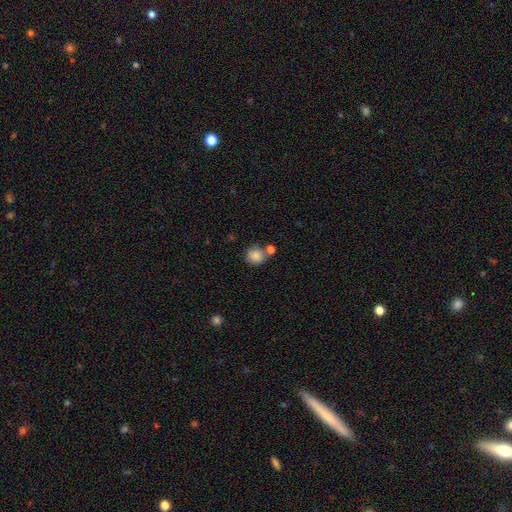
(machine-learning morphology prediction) smooth 86%, star or artifact 9%, featured or disk 5%. Down the decision tree: how rounded — round (87%); merging — none (66%).